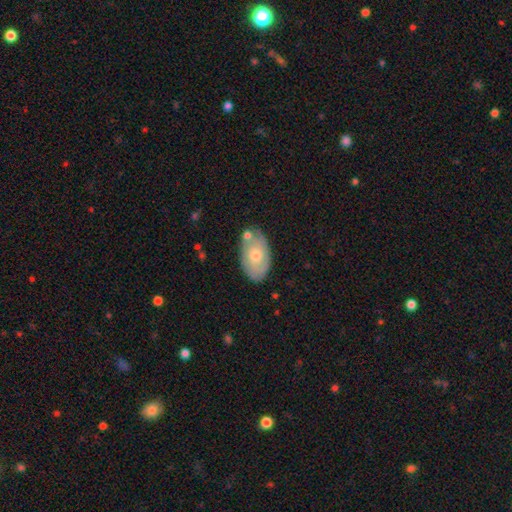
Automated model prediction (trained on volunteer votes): The model was most divided on "smooth or featured": smooth: 48%, featured or disk: 46%, star or artifact: 6%. More confident: merging — none (66%).